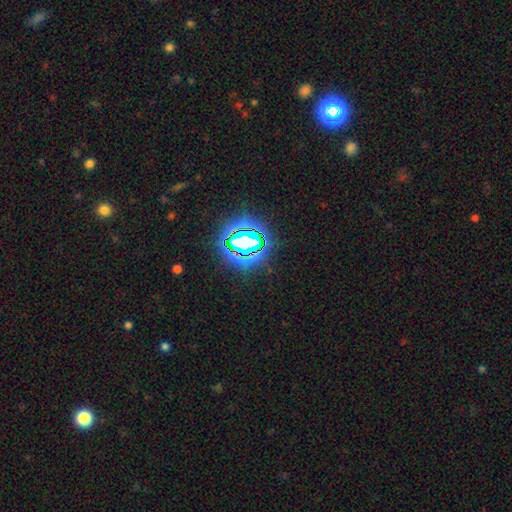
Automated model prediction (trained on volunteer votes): A star or artifact, not a galaxy (82%).